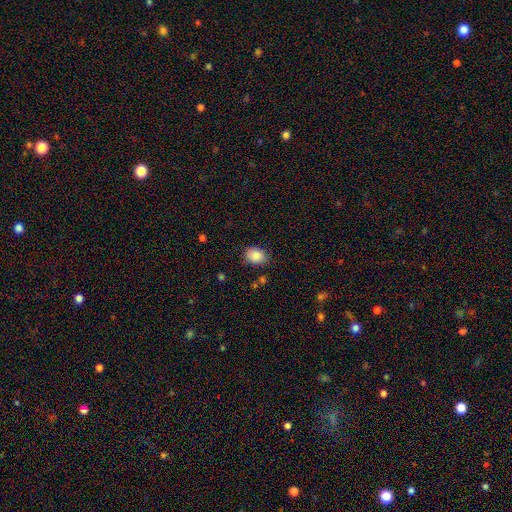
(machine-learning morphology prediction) smooth_or_featured: smooth (p=0.87) [alt: star or artifact p=0.08]
how_rounded: in between (p=0.61) [alt: round p=0.38]
merging: none (p=0.77) [alt: minor disturbance p=0.17]